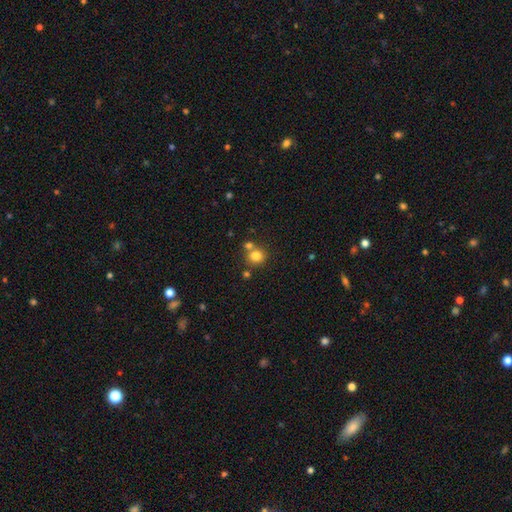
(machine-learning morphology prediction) type=smooth (80%); roundness=round (88%); merging=none (64%).